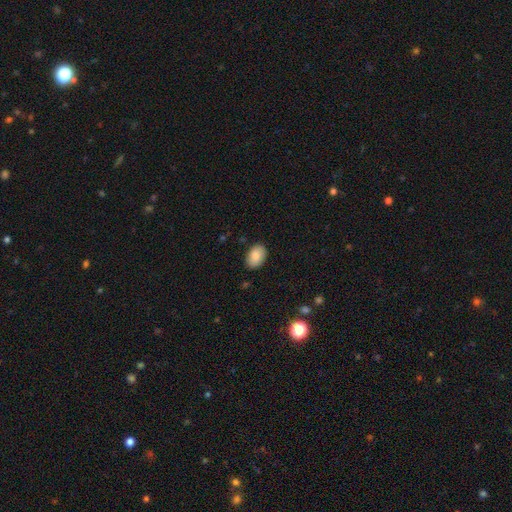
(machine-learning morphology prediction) Overall: smooth (86%). How rounded: in between (89%). Merging: none (87%).